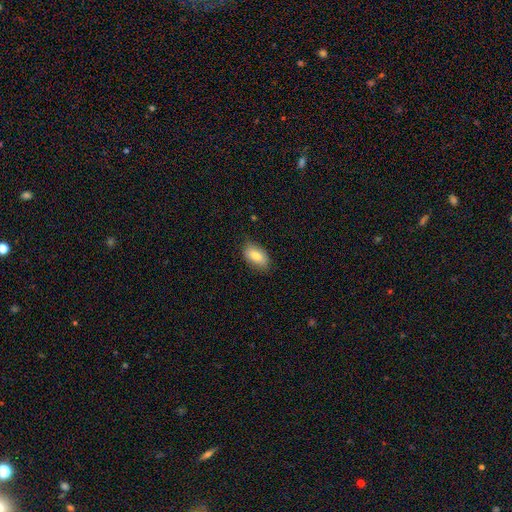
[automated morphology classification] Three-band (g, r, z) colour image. It shows a smooth galaxy with no disk features (80%) that is in between round and cigar-shaped (92%). Merging: none (81%).